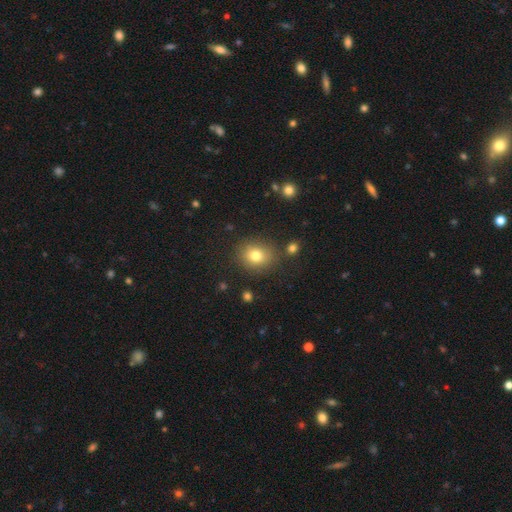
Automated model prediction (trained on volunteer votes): smooth-or-featured: smooth: 78% | star or artifact: 13% | featured or disk: 10%
  how-rounded: round: 71% | in between: 29% | cigar-shaped: 1%
  merging: none: 83% | minor disturbance: 10% | major disturbance: 3% | merger: 3%